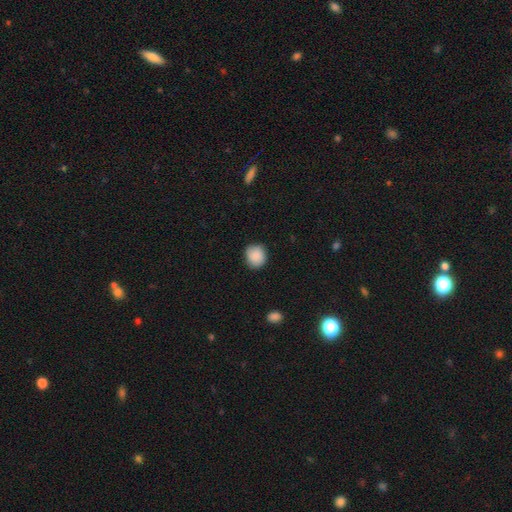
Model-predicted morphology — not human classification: Smooth or featured?
  - smooth: 89% *
  - star or artifact: 7%
  - featured or disk: 4%
How rounded?
  - round: 81% *
  - in between: 18%
  - cigar-shaped: 1%
Merging?
  - none: 85% *
  - minor disturbance: 11%
  - major disturbance: 2%
  - merger: 1%